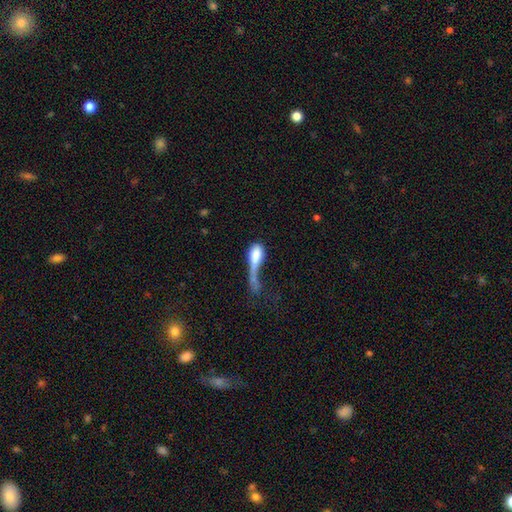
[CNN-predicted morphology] A smooth galaxy with no disk features (68%) that is in between round and cigar-shaped (69%).

Vote fractions:
- Smooth or featured? smooth: 68% / featured or disk: 24% / star or artifact: 8%
- How rounded? in between: 69% / cigar-shaped: 18% / round: 13%
- Merging? major disturbance: 53% / merger: 20% / minor disturbance: 14% / none: 13%